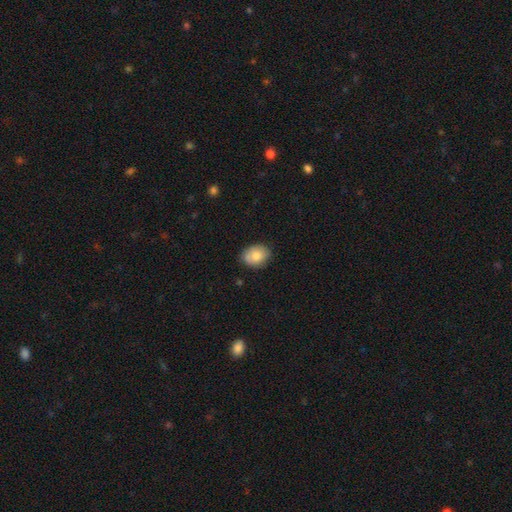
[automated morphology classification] Smooth or featured? smooth (79%)
How rounded? in between (63%)
Merging? none (78%)